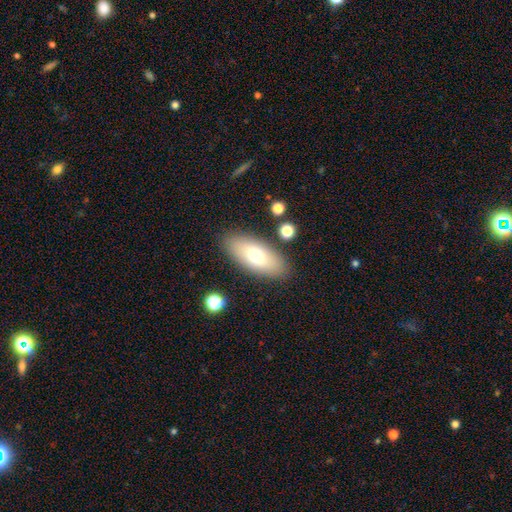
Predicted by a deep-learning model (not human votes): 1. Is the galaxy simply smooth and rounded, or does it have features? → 69% smooth, 24% featured or disk, 7% star or artifact.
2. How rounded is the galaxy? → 84% in between, 13% cigar-shaped, 3% round.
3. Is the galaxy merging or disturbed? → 86% none, 9% minor disturbance, 3% major disturbance, 2% merger.